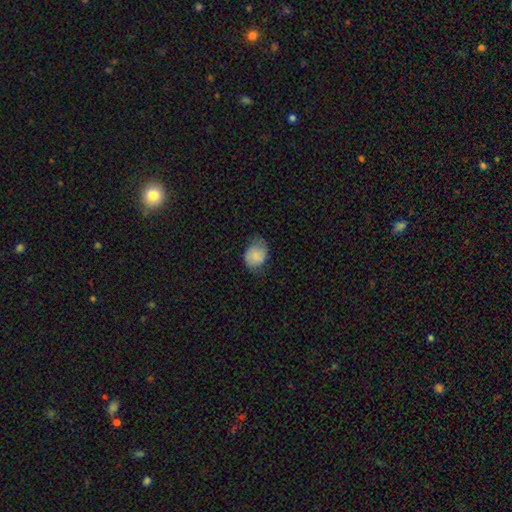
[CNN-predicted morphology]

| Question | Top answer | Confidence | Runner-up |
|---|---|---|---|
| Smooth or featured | smooth | 78% | featured or disk (15%) |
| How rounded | in between | 50% | round (49%) |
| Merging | none | 56% | minor disturbance (32%) |